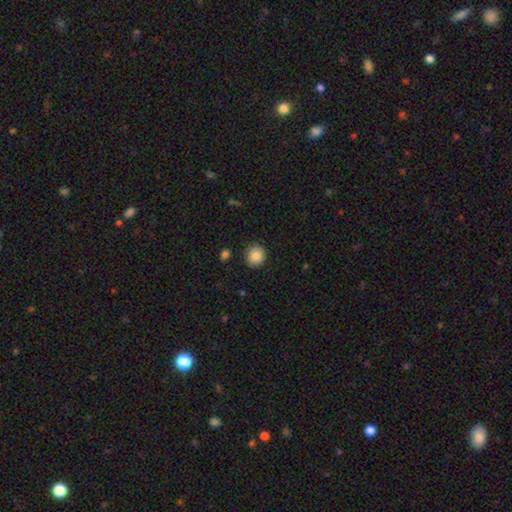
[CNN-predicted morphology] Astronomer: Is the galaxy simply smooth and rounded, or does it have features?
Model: smooth — 86%.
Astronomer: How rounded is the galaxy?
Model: round — 87%.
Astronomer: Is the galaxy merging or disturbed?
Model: none — 88%.